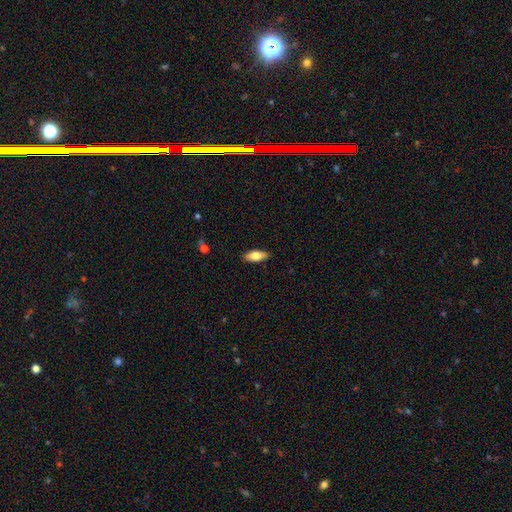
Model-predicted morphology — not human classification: The model was most divided on "smooth or featured": smooth: 72%, featured or disk: 21%, star or artifact: 6%. More confident: merging — none (88%); how rounded — in between (77%).